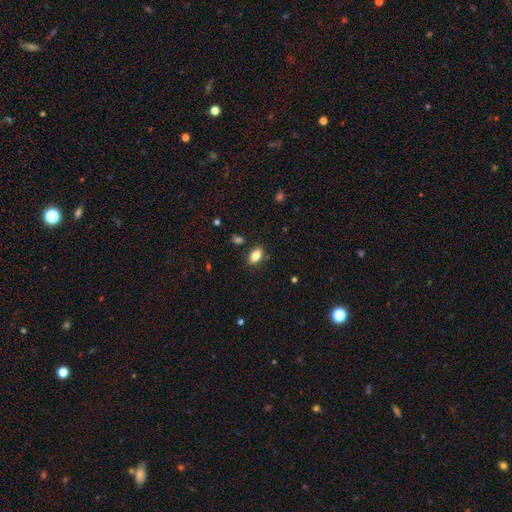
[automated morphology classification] smooth 82%, featured or disk 10%, star or artifact 8%. Down the decision tree: how rounded — in between (89%); merging — none (84%).